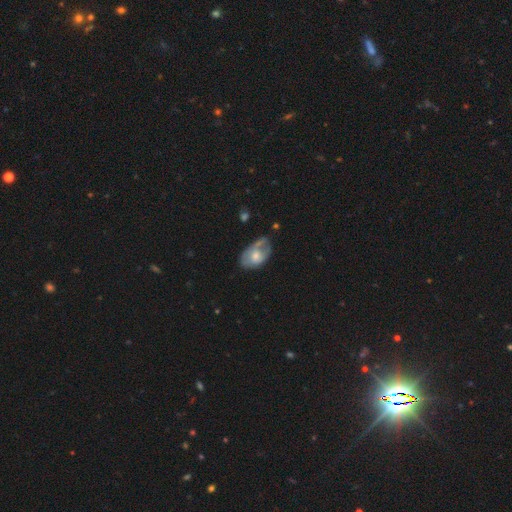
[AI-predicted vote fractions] A smooth galaxy with no disk features (51%) that is in between round and cigar-shaped (90%). Merging: none (39%).